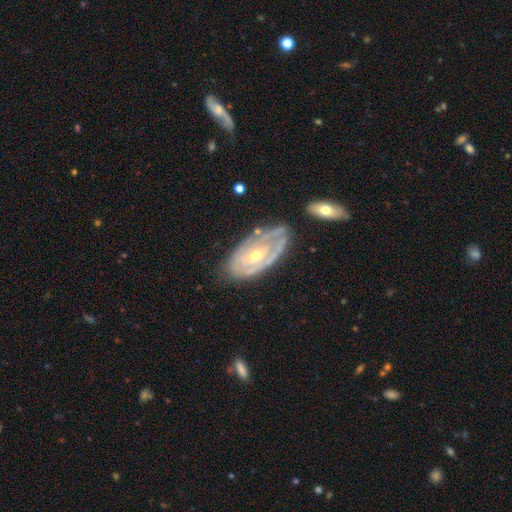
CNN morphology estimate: smooth-or-featured: featured or disk: 79% | smooth: 15% | star or artifact: 6%
  disk-edge-on: no: 93% | yes: 7%
    bar: no: 60% | weak: 31% | strong: 9%
    has-spiral-arms: yes: 78% | no: 22%
      spiral-winding: tight: 69% | medium: 24% | loose: 8%
      spiral-arm-count: can't tell: 51% | 2: 25% | 1: 9% | 3: 8% | 4: 3% | more than 4: 3%
    bulge-size: small: 52% | moderate: 45% | large: 2% | none: 1% | dominant: 1%
  merging: none: 59% | minor disturbance: 26% | major disturbance: 11% | merger: 5%